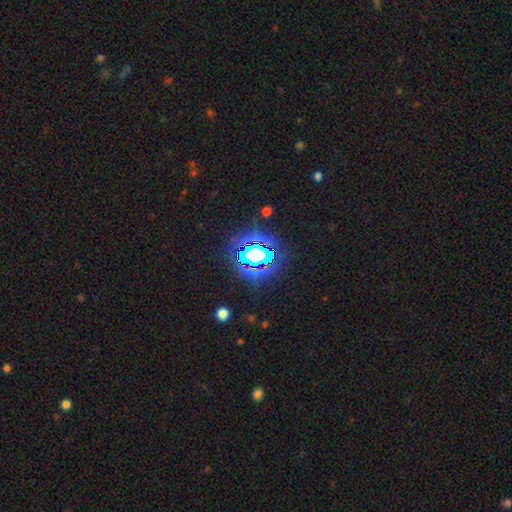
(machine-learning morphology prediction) A star or artifact, not a galaxy (69%).

Vote fractions:
- Smooth or featured? star or artifact: 69% / smooth: 18% / featured or disk: 13%